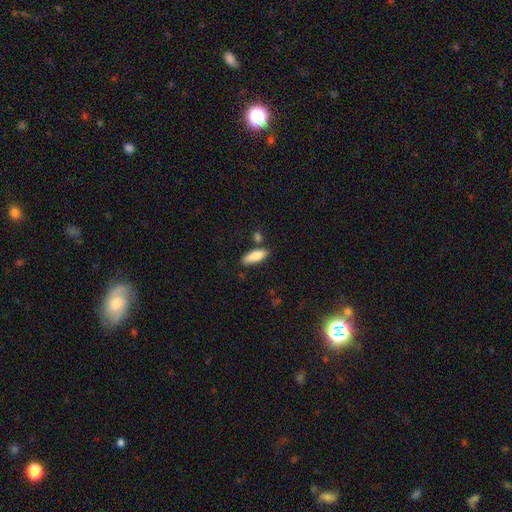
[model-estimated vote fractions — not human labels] Smooth or featured? smooth (85%)
How rounded? in between (63%)
Merging? none (72%)